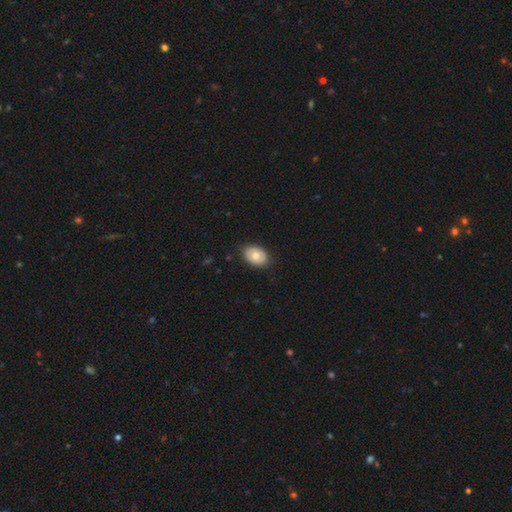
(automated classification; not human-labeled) This appears to be a smooth galaxy with no disk features (75%) that is in between round and cigar-shaped (78%). Merging: none (85%).